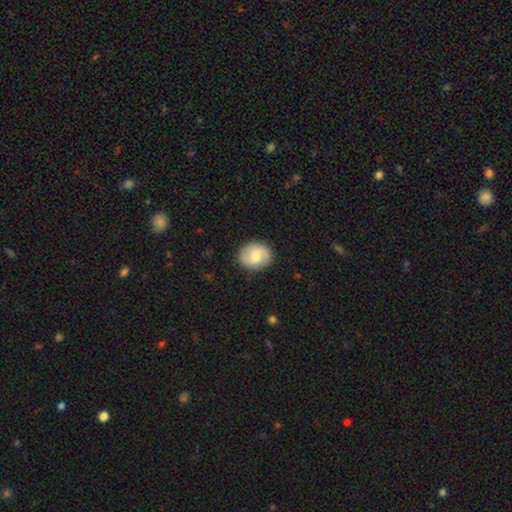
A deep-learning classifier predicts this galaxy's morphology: Smooth or featured: smooth — 61% (featured or disk — 32%)
How rounded: round — 56% (in between — 43%)
Merging: none — 85% (minor disturbance — 11%)